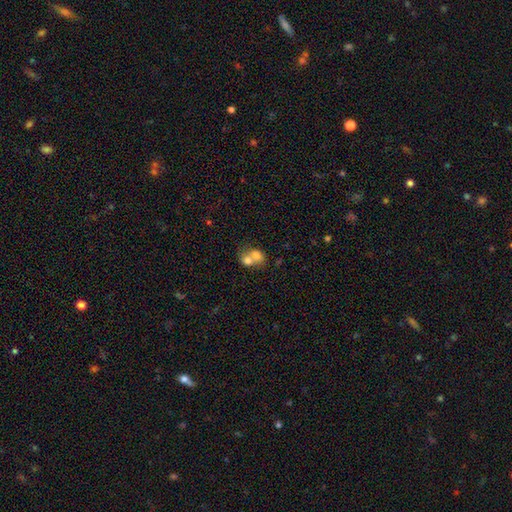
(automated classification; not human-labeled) Overall: smooth (71%). How rounded: in between (51%; round 48%). Merging: merger (74%).